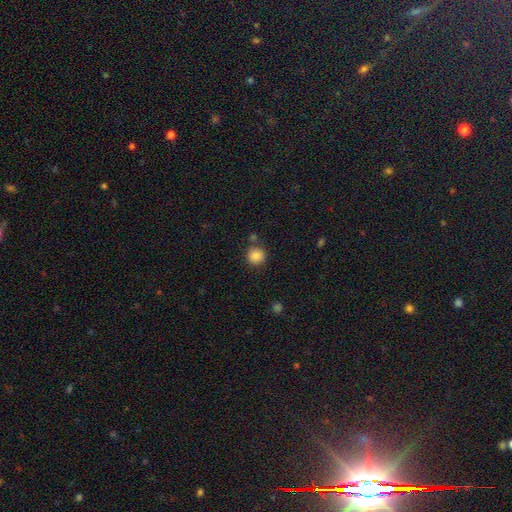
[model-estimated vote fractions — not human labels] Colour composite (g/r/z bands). It shows a smooth galaxy with no disk features (85%) that is round (93%). Merging: none (81%).